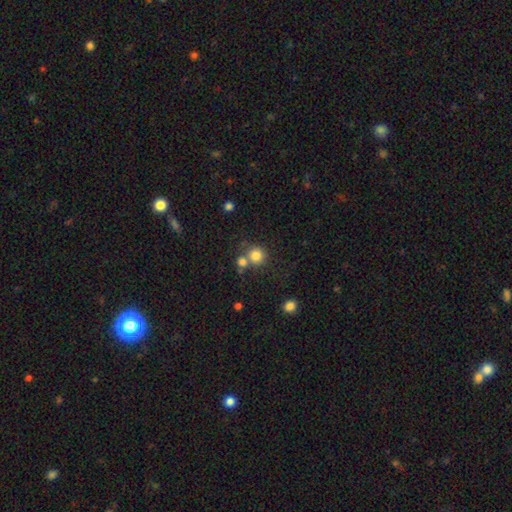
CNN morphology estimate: Smooth or featured? smooth (80%)
How rounded? round (91%)
Merging? none (61%)